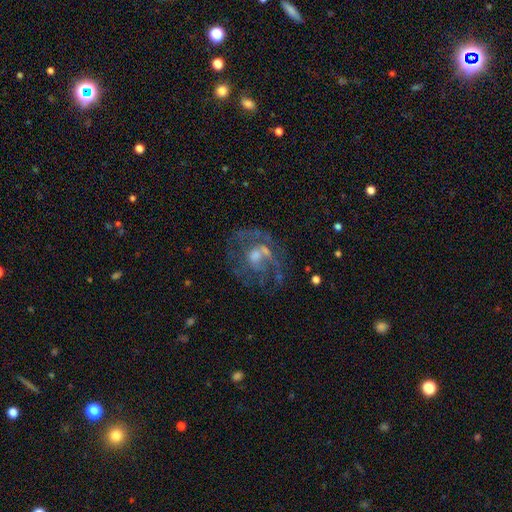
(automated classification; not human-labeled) smooth_or_featured: featured or disk (p=0.73) [alt: smooth p=0.16]
disk_edge_on: no (p=0.97) [alt: yes p=0.03]
bar: no (p=0.73) [alt: weak p=0.23]
has_spiral_arms: yes (p=0.59) [alt: no p=0.41]
bulge_size: moderate (p=0.53) [alt: small p=0.29]
merging: none (p=0.54) [alt: major disturbance p=0.23]